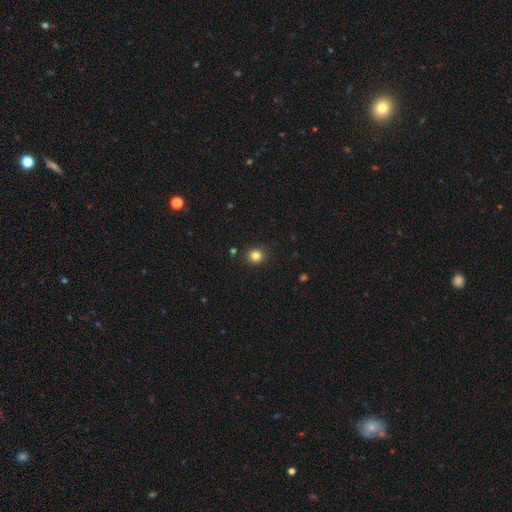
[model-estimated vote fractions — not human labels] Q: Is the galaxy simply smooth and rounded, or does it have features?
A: smooth — 82%.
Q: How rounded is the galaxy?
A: round — 86%.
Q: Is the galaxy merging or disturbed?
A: none — 90%.